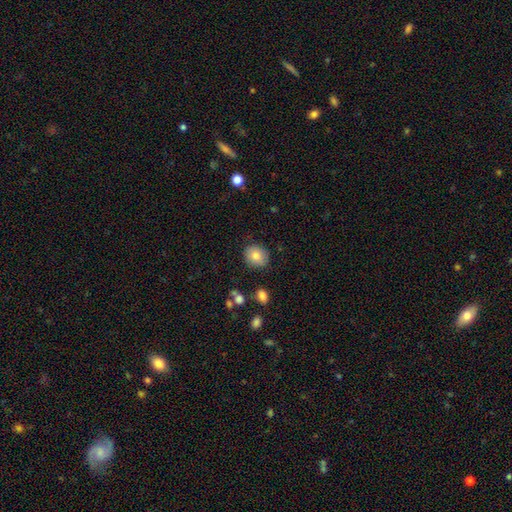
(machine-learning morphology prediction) smooth 81%, featured or disk 10%, star or artifact 9%. Down the decision tree: how rounded — round (69%); merging — none (84%).